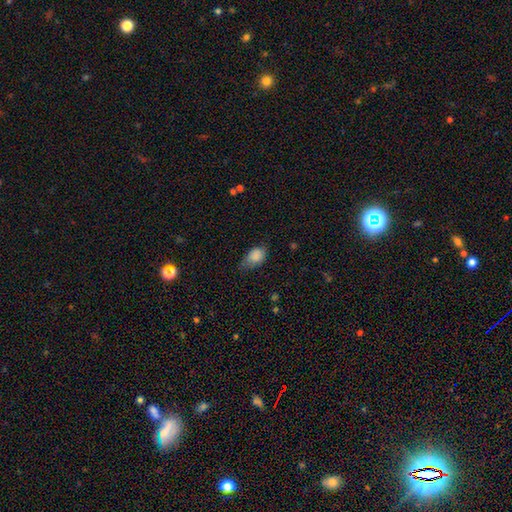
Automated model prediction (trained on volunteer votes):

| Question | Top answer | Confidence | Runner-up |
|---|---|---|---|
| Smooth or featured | smooth | 85% | star or artifact (8%) |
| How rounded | in between | 82% | round (17%) |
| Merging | minor disturbance | 43% | none (42%) |